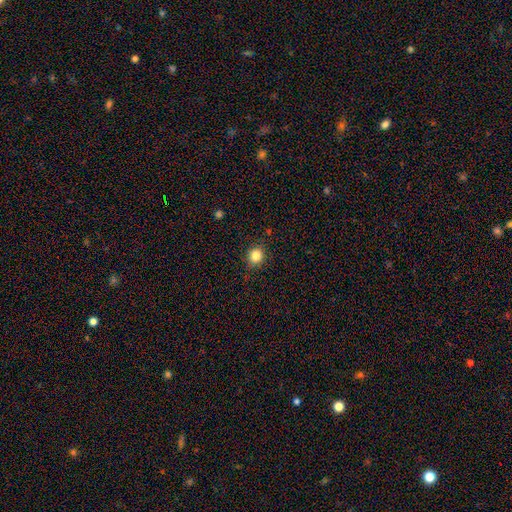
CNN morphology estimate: Q: Smooth or featured?
A: smooth (83%); runner-up: star or artifact (11%)
Q: How rounded?
A: round (82%); runner-up: in between (17%)
Q: Merging?
A: none (86%); runner-up: minor disturbance (11%)